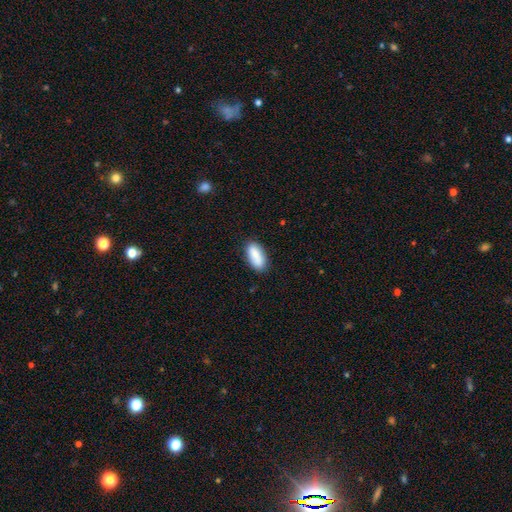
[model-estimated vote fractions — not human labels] This appears to be a smooth galaxy with no disk features (86%) that is in between round and cigar-shaped (87%). Merging: none (84%).